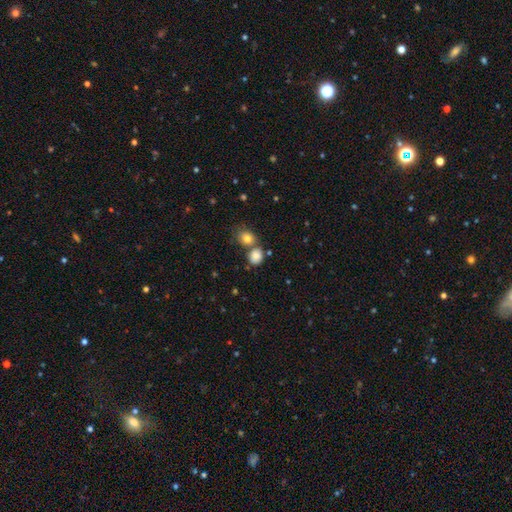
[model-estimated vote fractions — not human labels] smooth 83%, star or artifact 10%, featured or disk 7%. Down the decision tree: how rounded — round (62%); merging — none (52%).